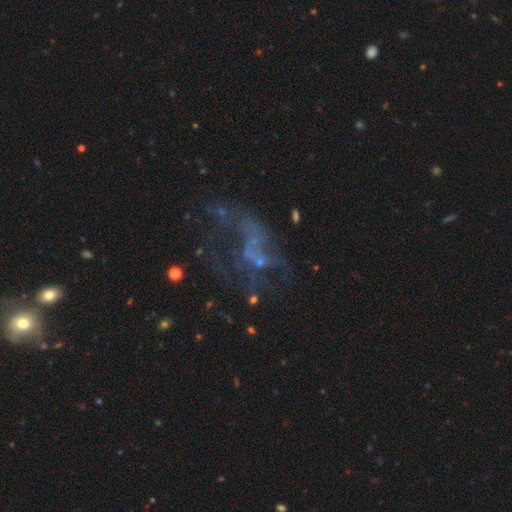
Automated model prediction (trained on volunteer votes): This appears to be a featured or disk galaxy (60%) with no bar (83%), no spiral arms (73%) and no central bulge (56%). Merging: major disturbance (43%).